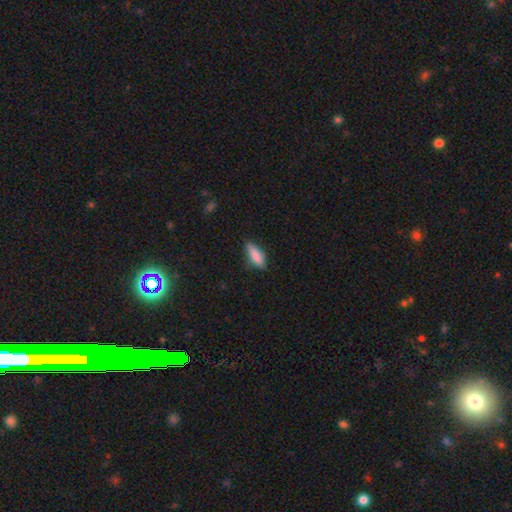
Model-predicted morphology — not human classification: Overall: smooth (84%). How rounded: in between (67%; cigar-shaped 31%). Merging: none (75%).